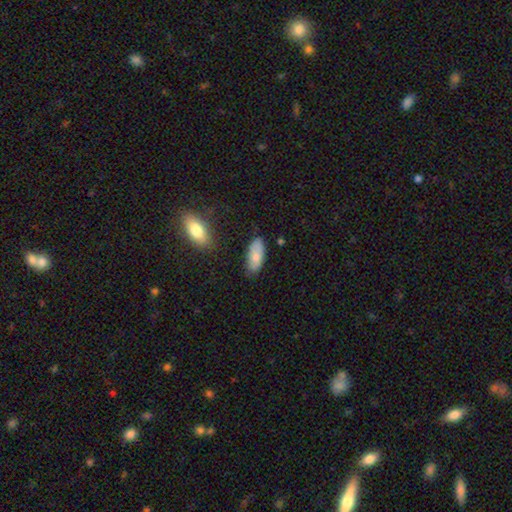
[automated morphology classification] Smooth or featured? Predicted: smooth (p=0.79). How rounded? Predicted: in between (p=0.86). Merging? Predicted: none (p=0.74).